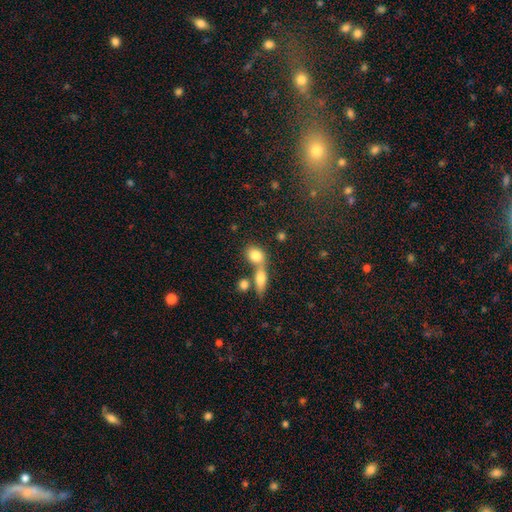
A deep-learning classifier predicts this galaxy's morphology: type=smooth (79%); roundness=in between (54%); merging=merger (47%).